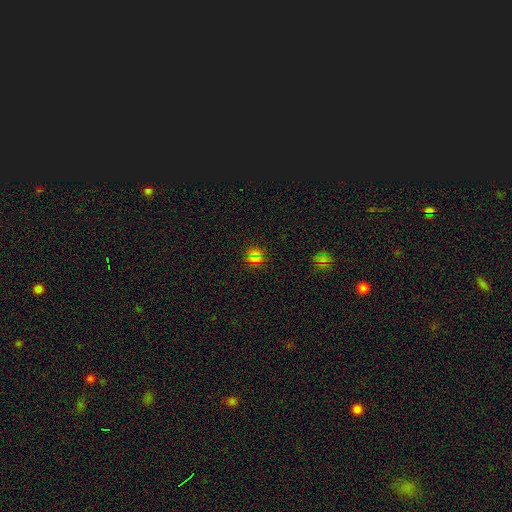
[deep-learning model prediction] This is possibly a smooth galaxy (56%). How rounded: likely round (79%). Merging: clearly none (85%).